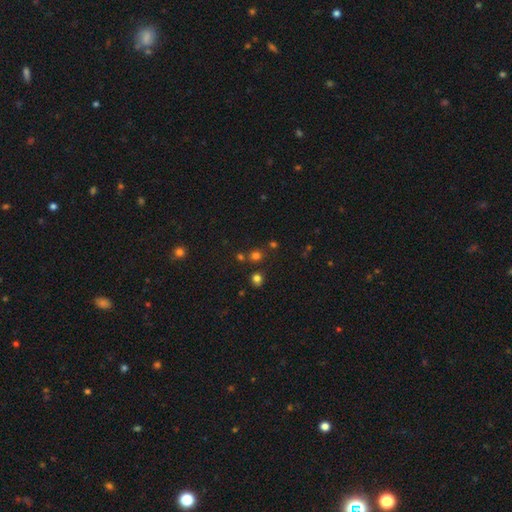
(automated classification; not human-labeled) Smooth or featured? smooth (67%)
How rounded? round (88%)
Merging? none (75%)